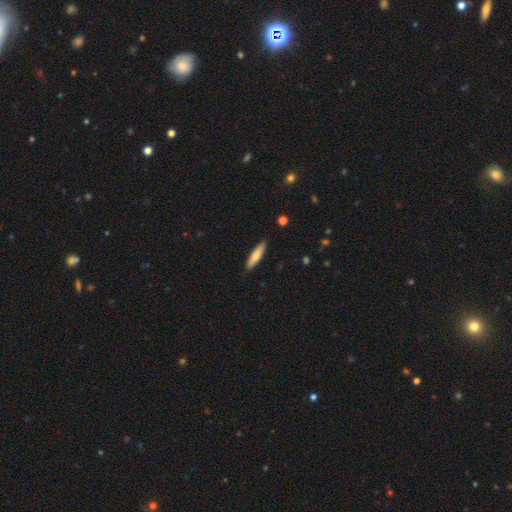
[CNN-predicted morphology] The model was most divided on "smooth or featured": smooth: 73%, featured or disk: 21%, star or artifact: 6%. More confident: merging — none (88%); how rounded — cigar-shaped (77%).